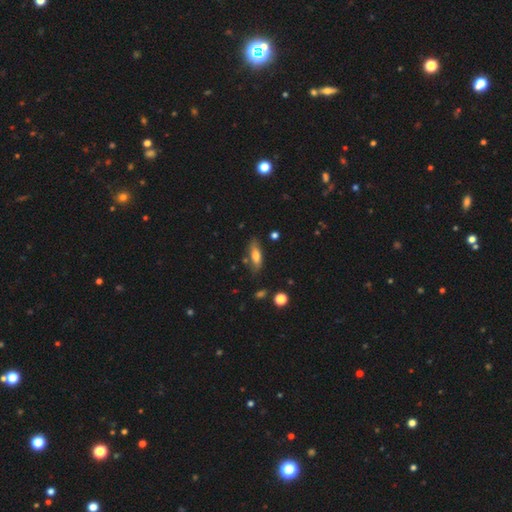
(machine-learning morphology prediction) This is likely a smooth galaxy (69%). How rounded: possibly in between (59%). Merging: likely none (74%).